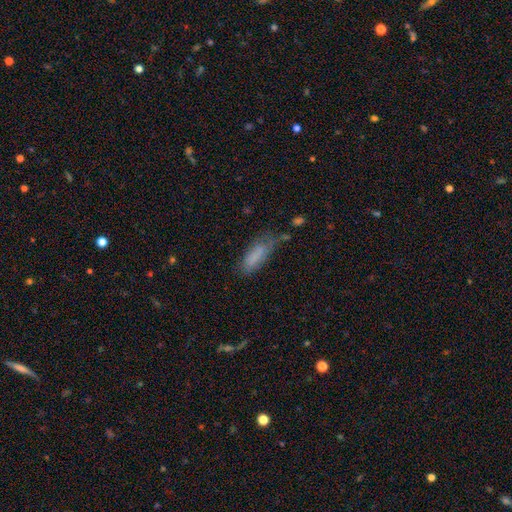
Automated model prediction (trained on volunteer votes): A smooth galaxy with no disk features (79%) that is in between round and cigar-shaped (59%). Merging: none (50%).